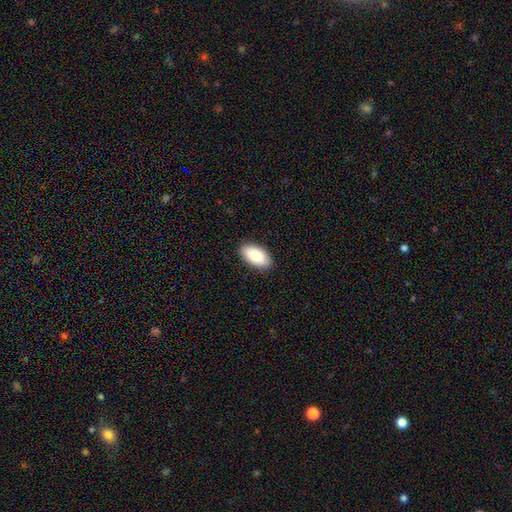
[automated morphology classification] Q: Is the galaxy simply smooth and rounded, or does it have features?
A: smooth — 85%.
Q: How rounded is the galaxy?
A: in between — 95%.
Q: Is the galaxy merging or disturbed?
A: none — 89%.